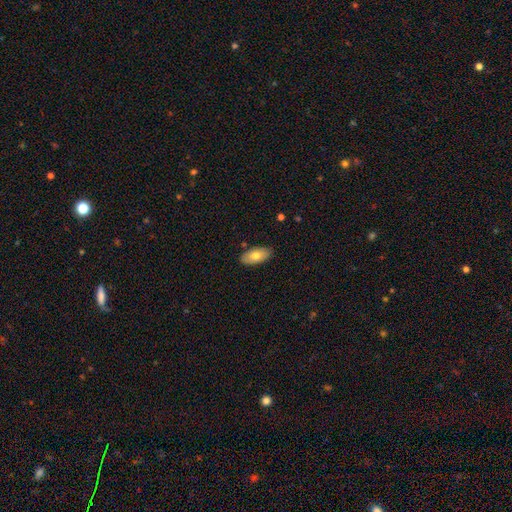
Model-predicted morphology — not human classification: The model was most divided on "smooth or featured": smooth: 73%, featured or disk: 20%, star or artifact: 6%. More confident: how rounded — in between (93%); merging — none (86%).